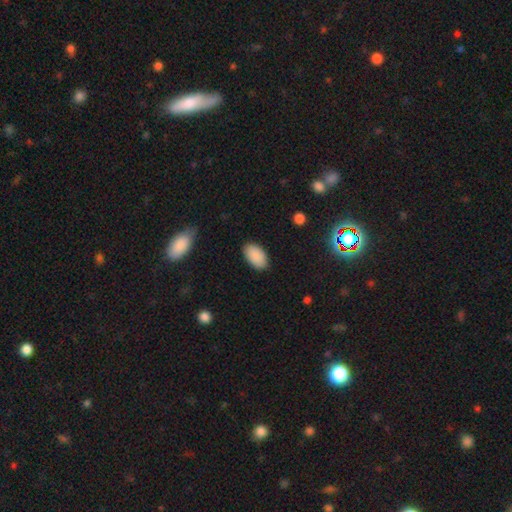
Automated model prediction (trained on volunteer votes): A smooth galaxy with no disk features (90%) that is in between round and cigar-shaped (95%). Merging: none (86%).